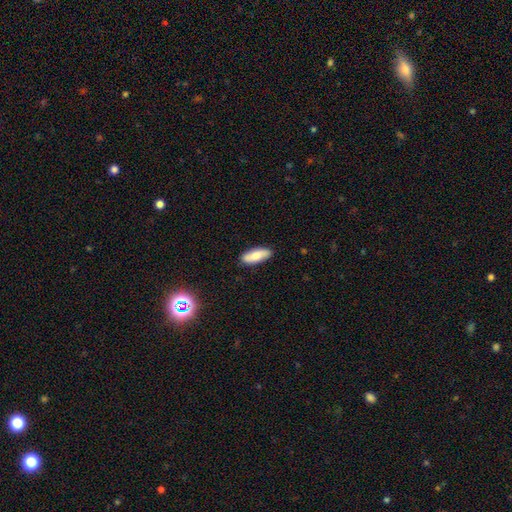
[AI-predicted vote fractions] Morphology: type=smooth (74%); roundness=in between (70%); merging=none (86%).